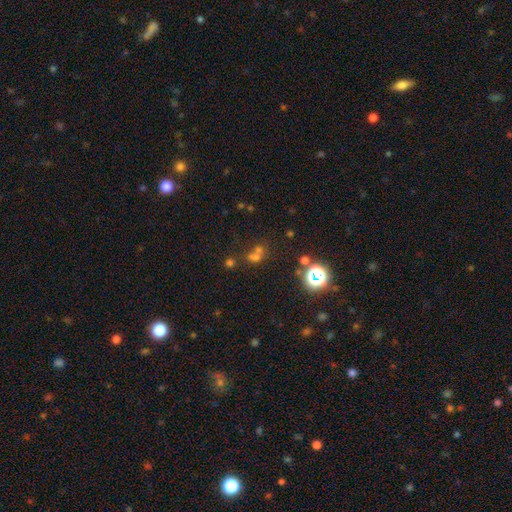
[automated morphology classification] Smooth or featured? Predicted: smooth (p=0.47). Merging? Predicted: none (p=0.44).